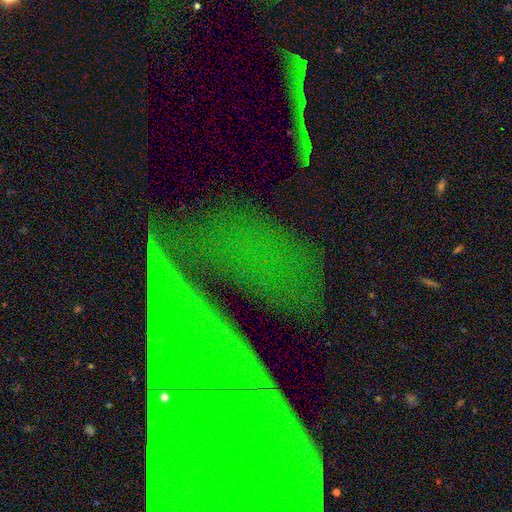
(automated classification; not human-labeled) Smooth or featured: star or artifact — 69% (featured or disk — 18%)